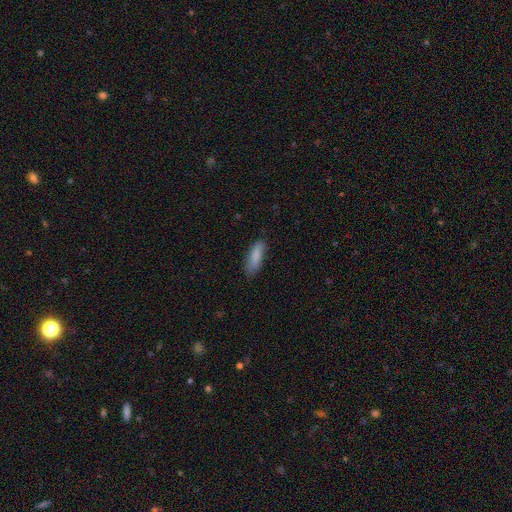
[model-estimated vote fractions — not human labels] Smooth or featured: smooth — 85% (featured or disk — 9%)
How rounded: in between — 52% (cigar-shaped — 46%)
Merging: none — 80% (minor disturbance — 16%)